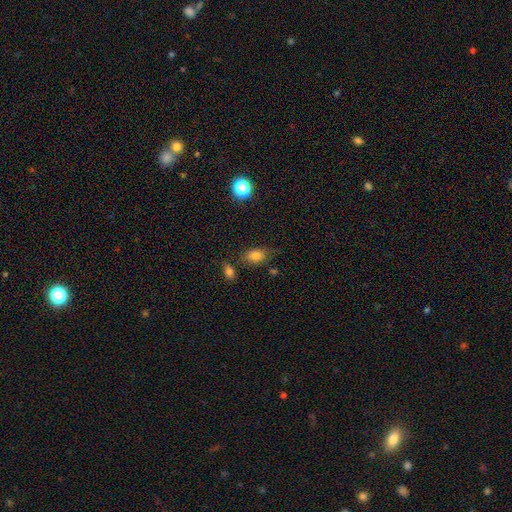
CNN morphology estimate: This is likely a smooth galaxy (78%). How rounded: likely in between (80%). Merging: likely none (67%).